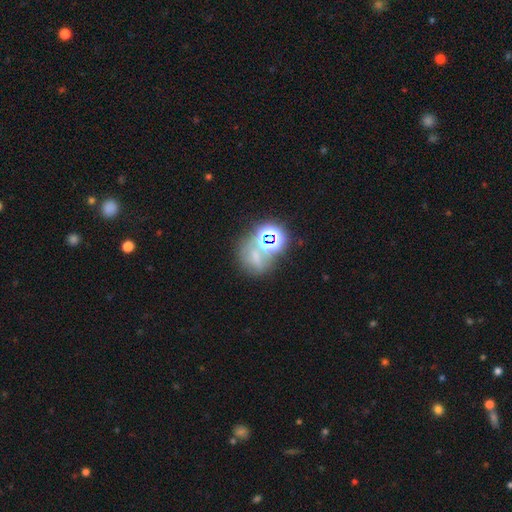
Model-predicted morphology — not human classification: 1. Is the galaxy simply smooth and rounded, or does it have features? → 44% star or artifact, 39% smooth, 17% featured or disk.